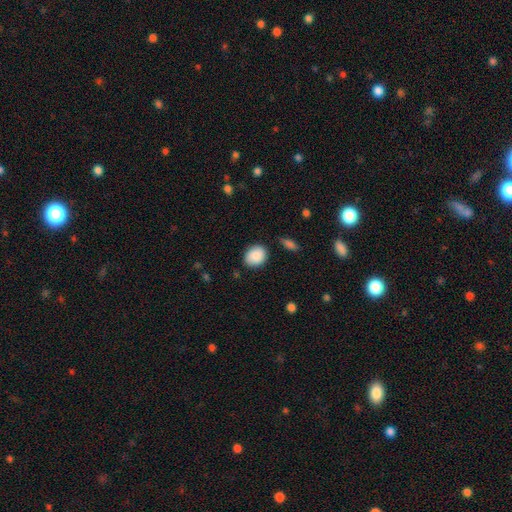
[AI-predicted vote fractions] A smooth galaxy with no disk features (87%) that is round (51%).

Vote fractions:
- Smooth or featured? smooth: 87% / star or artifact: 7% / featured or disk: 6%
- How rounded? round: 51% / in between: 48% / cigar-shaped: 1%
- Merging? none: 80% / minor disturbance: 15% / major disturbance: 3% / merger: 2%